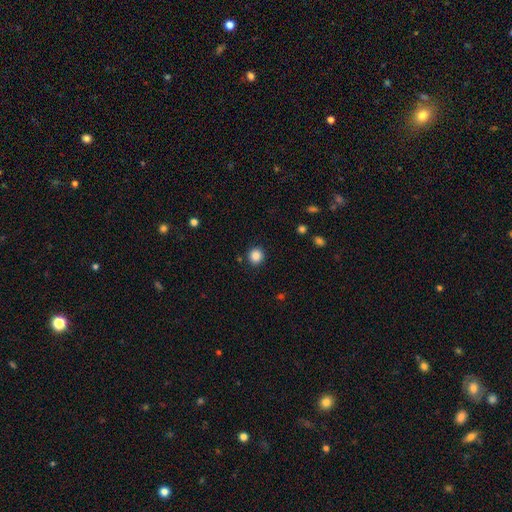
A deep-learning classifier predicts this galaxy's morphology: Q: Smooth or featured?
A: smooth (86%); runner-up: star or artifact (10%)
Q: How rounded?
A: round (91%); runner-up: in between (8%)
Q: Merging?
A: none (91%); runner-up: minor disturbance (6%)